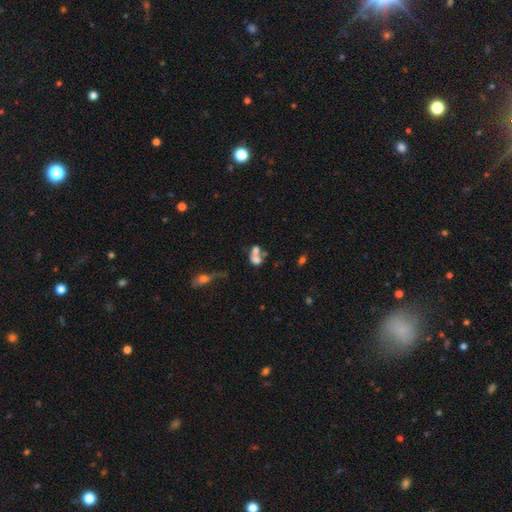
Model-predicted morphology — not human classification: Smooth or featured?
  - smooth: 60% *
  - featured or disk: 26%
  - star or artifact: 14%
How rounded?
  - in between: 60% *
  - round: 38%
  - cigar-shaped: 3%
Merging?
  - merger: 63% *
  - none: 20%
  - major disturbance: 9%
  - minor disturbance: 8%